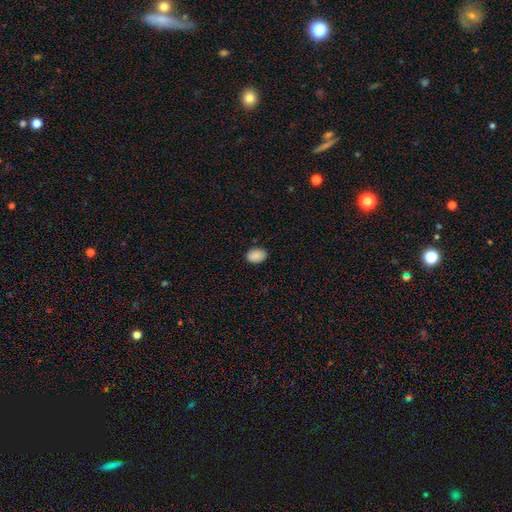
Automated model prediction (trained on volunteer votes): Overall: smooth (90%). How rounded: in between (83%). Merging: none (86%).